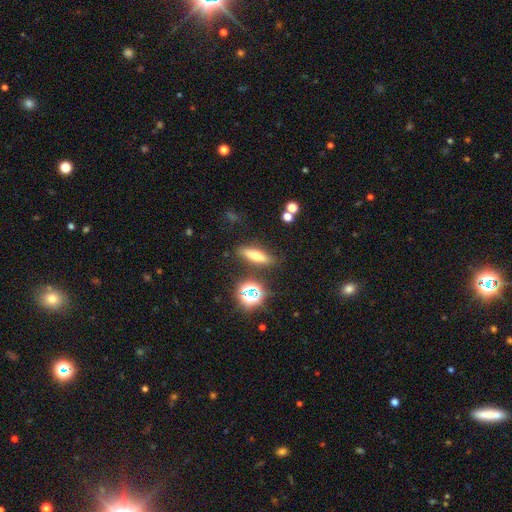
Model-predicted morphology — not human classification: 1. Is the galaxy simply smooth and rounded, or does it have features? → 51% smooth, 34% featured or disk, 15% star or artifact.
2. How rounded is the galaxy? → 62% cigar-shaped, 31% in between, 7% round.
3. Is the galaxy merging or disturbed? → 83% none, 10% minor disturbance, 4% merger, 3% major disturbance.